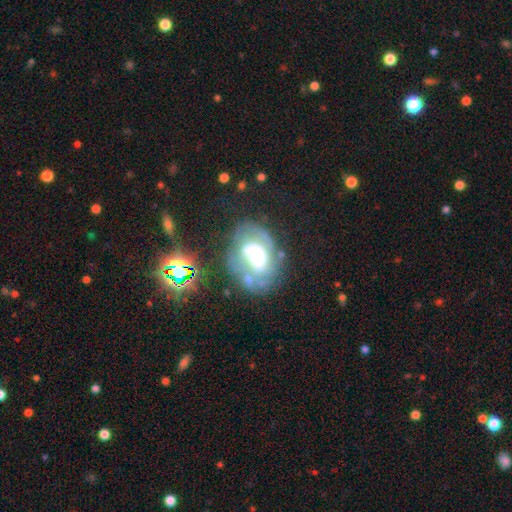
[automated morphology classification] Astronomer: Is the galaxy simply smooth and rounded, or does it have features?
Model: featured or disk — 69%.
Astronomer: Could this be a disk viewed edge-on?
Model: no — 97%.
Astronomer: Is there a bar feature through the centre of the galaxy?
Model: no — 56% (runner-up: weak, 31%).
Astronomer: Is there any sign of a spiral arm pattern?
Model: yes — 72%.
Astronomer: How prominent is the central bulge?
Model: moderate — 40% (runner-up: large, 28%).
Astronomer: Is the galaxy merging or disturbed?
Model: none — 45% (runner-up: major disturbance, 23%).